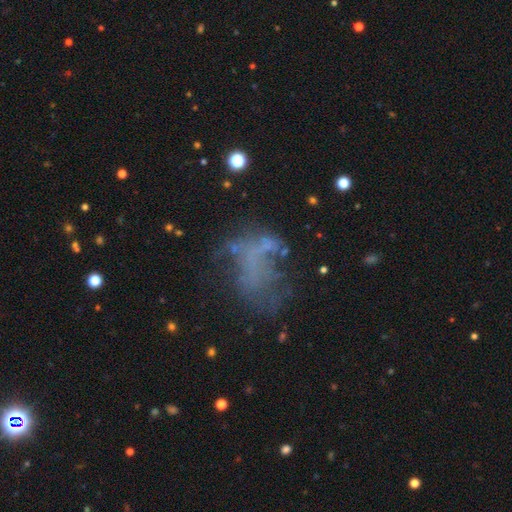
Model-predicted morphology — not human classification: Q: Smooth or featured?
A: featured or disk (44%); runner-up: smooth (31%)
Q: Merging?
A: major disturbance (39%); runner-up: none (34%)